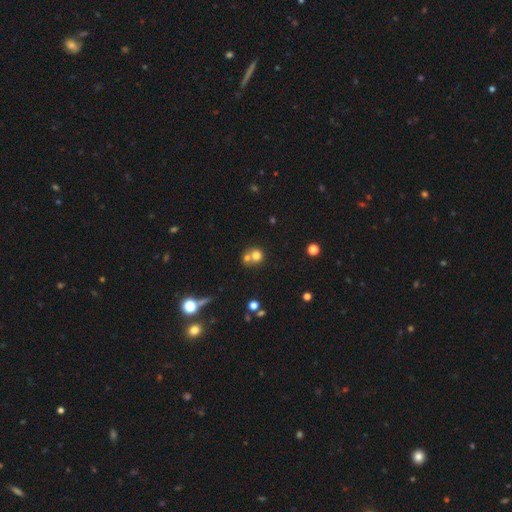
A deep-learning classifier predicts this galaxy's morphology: The model was most divided on "merging": merger: 50%, none: 41%, minor disturbance: 6%, major disturbance: 3%. More confident: how rounded — round (85%); smooth or featured — smooth (72%).